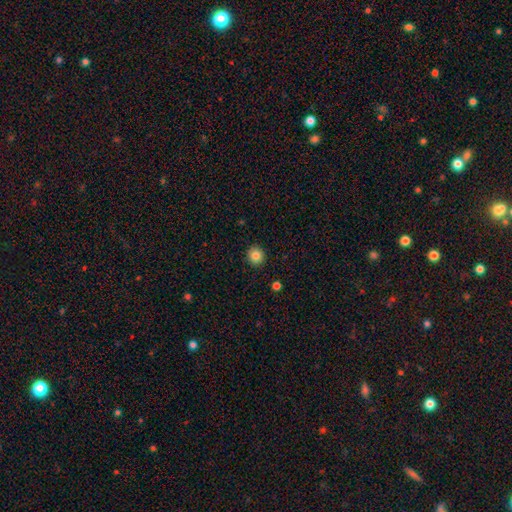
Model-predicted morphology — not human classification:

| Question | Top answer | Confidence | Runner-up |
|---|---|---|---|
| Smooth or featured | smooth | 84% | star or artifact (10%) |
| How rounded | round | 88% | in between (11%) |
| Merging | none | 92% | minor disturbance (5%) |